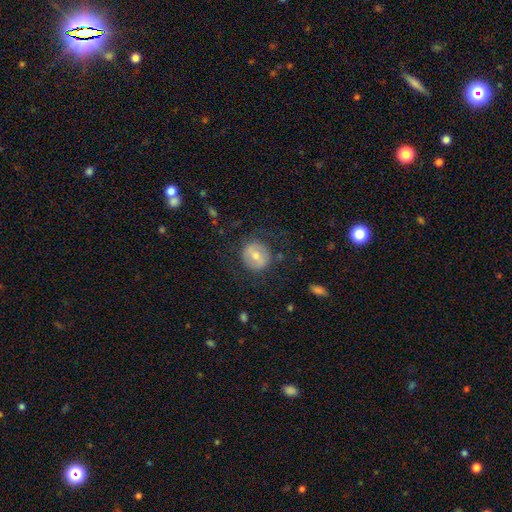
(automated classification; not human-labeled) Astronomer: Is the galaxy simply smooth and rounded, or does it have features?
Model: smooth — 58% (runner-up: featured or disk, 35%).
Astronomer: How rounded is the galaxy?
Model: round — 84%.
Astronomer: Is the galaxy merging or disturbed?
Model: none — 76%.